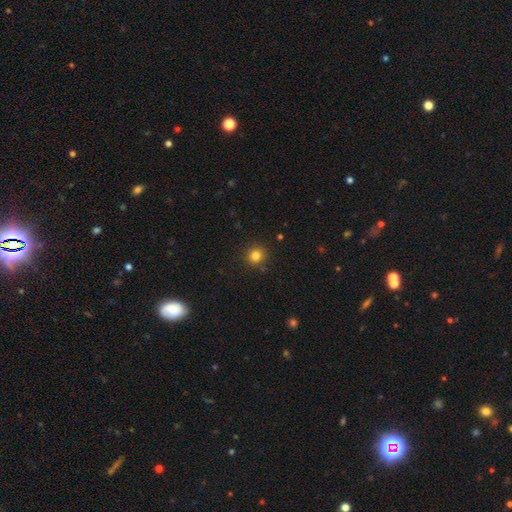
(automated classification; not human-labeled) This appears to be a smooth galaxy with no disk features (82%) that is round (91%). Merging: none (89%).